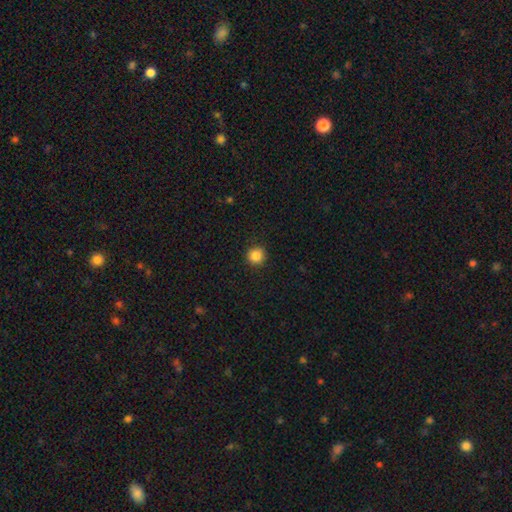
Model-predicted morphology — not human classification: smooth_or_featured: smooth (p=0.86) [alt: star or artifact p=0.11]
how_rounded: round (p=0.93) [alt: in between p=0.06]
merging: none (p=0.91) [alt: minor disturbance p=0.06]